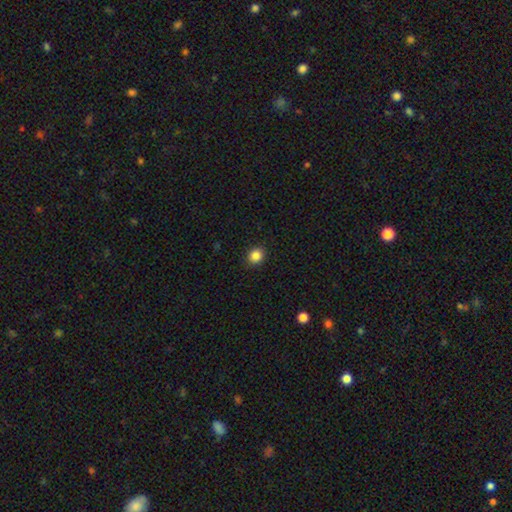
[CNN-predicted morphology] Smooth or featured?
  - smooth: 86% *
  - star or artifact: 11%
  - featured or disk: 4%
How rounded?
  - round: 81% *
  - in between: 18%
  - cigar-shaped: 1%
Merging?
  - none: 91% *
  - minor disturbance: 6%
  - major disturbance: 2%
  - merger: 1%